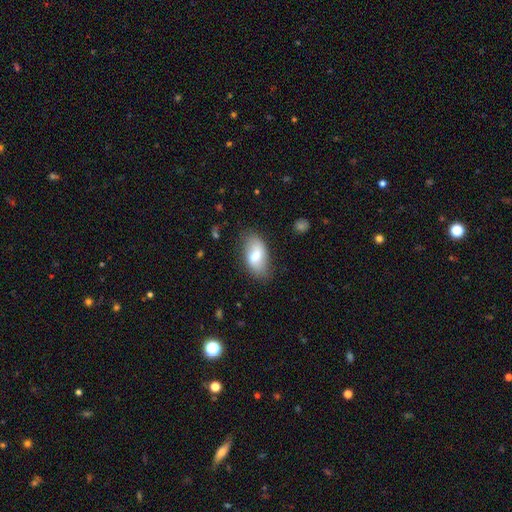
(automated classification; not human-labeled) A smooth galaxy with no disk features (68%) that is in between round and cigar-shaped (93%).

Vote fractions:
- Smooth or featured? smooth: 68% / featured or disk: 26% / star or artifact: 7%
- How rounded? in between: 93% / round: 4% / cigar-shaped: 3%
- Merging? none: 74% / minor disturbance: 19% / major disturbance: 5% / merger: 2%